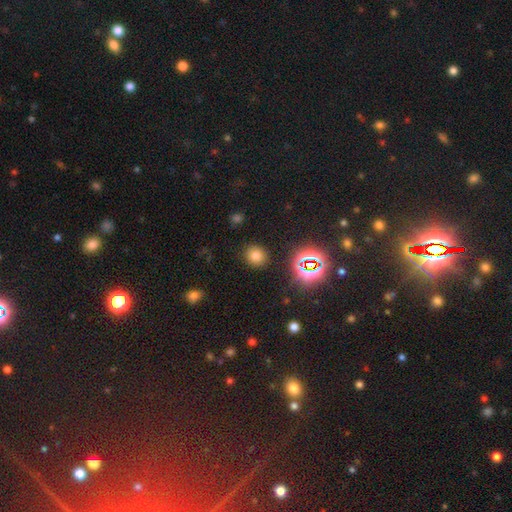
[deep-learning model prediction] Morphology: type=smooth (72%); roundness=round (83%); merging=none (88%).